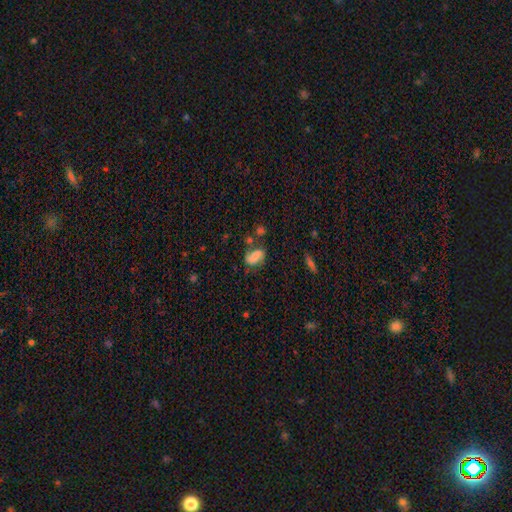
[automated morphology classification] A smooth galaxy with no disk features (50%).

Vote fractions:
- Smooth or featured? smooth: 50% / featured or disk: 40% / star or artifact: 10%
- Merging? none: 54% / minor disturbance: 24% / major disturbance: 12% / merger: 10%